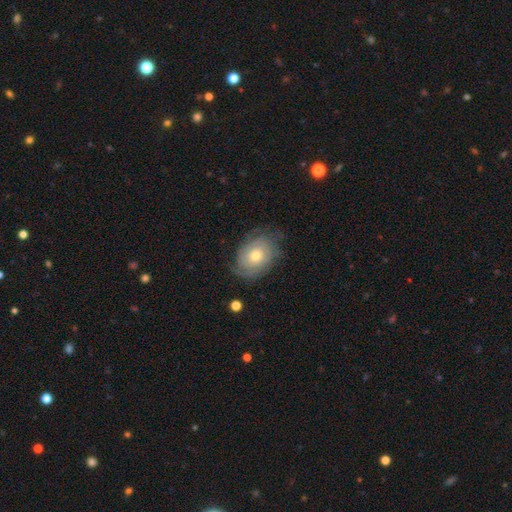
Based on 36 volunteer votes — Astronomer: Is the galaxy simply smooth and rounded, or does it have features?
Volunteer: featured or disk — 94%.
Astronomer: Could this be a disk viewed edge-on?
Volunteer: no — 100%.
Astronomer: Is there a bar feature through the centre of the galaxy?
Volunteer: no — 79%.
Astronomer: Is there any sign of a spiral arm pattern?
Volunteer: yes — 88%.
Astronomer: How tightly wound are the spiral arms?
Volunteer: tight — 70%.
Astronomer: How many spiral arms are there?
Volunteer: can't tell — 47% (runner-up: 2, 37%).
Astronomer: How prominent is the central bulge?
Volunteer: moderate — 59% (runner-up: small, 38%).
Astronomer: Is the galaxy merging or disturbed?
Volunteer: none — 81%.